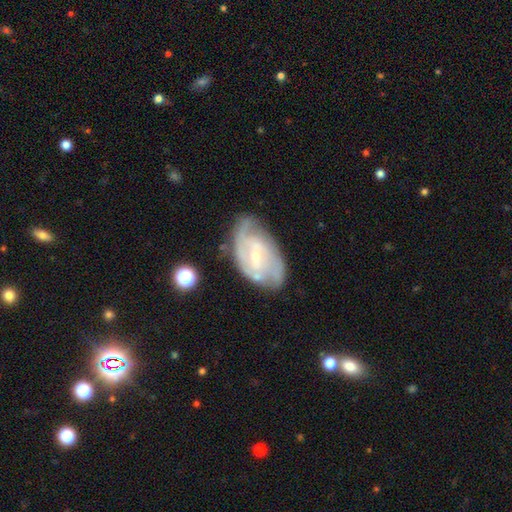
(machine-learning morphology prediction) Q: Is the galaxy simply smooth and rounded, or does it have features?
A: featured or disk — 75%.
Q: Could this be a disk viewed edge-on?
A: no — 96%.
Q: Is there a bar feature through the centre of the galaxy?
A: weak — 52%.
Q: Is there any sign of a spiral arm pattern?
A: yes — 85%.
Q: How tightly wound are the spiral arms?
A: tight — 45%.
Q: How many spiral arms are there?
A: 2 — 44%.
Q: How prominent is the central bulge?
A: small — 66%.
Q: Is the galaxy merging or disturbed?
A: none — 61%.